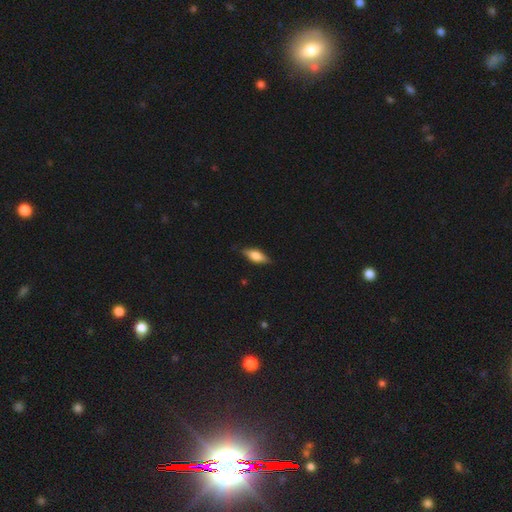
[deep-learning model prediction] Q: Smooth or featured?
A: smooth (62%); runner-up: featured or disk (31%)
Q: How rounded?
A: in between (74%); runner-up: cigar-shaped (23%)
Q: Merging?
A: none (80%); runner-up: minor disturbance (16%)